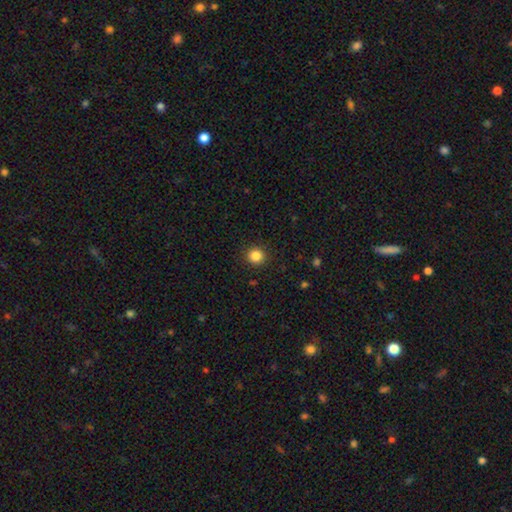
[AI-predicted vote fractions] A smooth galaxy with no disk features (85%) that is round (93%). Merging: none (92%).